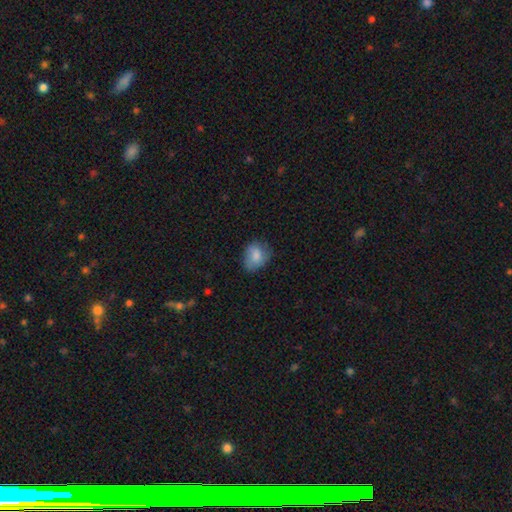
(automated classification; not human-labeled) A smooth galaxy with no disk features (77%) that is in between round and cigar-shaped (56%). Merging: none (61%).